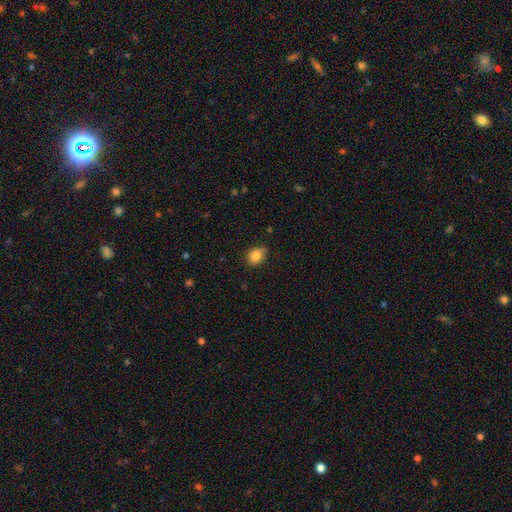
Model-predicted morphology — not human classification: Smooth or featured? Predicted: smooth (p=0.85). How rounded? Predicted: in between (p=0.57). Merging? Predicted: none (p=0.76).